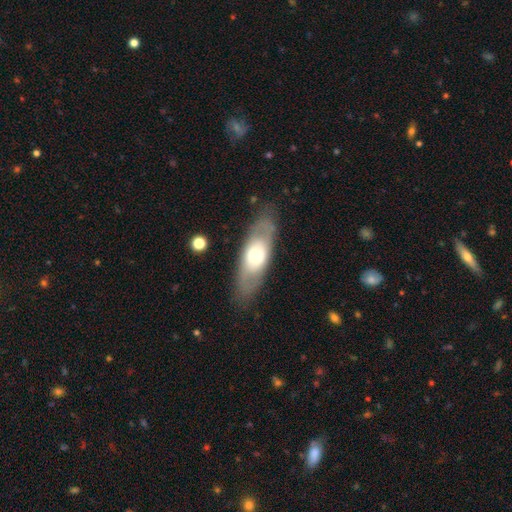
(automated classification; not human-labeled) Smooth or featured? featured or disk (49%)
Merging? none (79%)